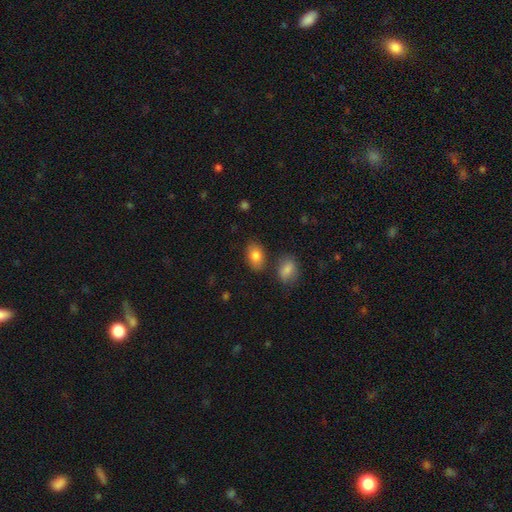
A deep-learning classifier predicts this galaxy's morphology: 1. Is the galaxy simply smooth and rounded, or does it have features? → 83% smooth, 9% featured or disk, 8% star or artifact.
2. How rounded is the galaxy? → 87% in between, 12% round, 1% cigar-shaped.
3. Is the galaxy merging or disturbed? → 77% none, 12% minor disturbance, 8% merger, 3% major disturbance.